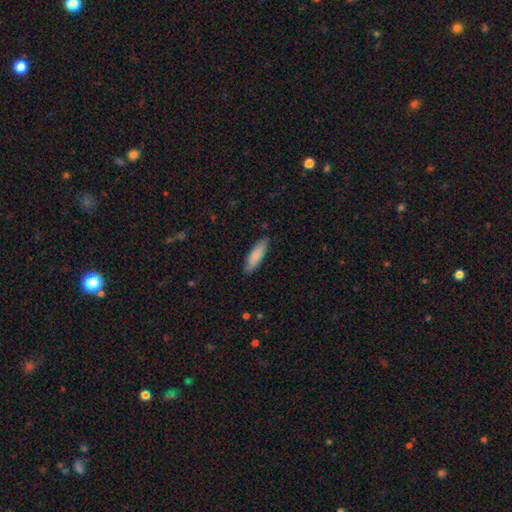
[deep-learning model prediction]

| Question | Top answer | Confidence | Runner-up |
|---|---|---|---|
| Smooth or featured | smooth | 81% | featured or disk (14%) |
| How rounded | cigar-shaped | 59% | in between (40%) |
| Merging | none | 86% | minor disturbance (11%) |